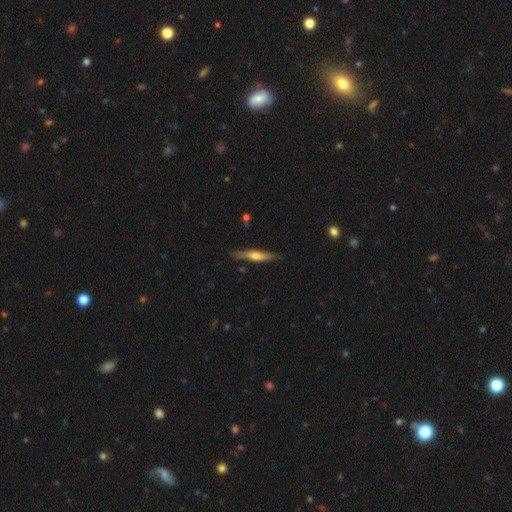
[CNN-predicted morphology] This appears to be a featured or disk galaxy (56%) viewed edge-on (94%) with a rounded central bulge (82%). Merging: none (85%).